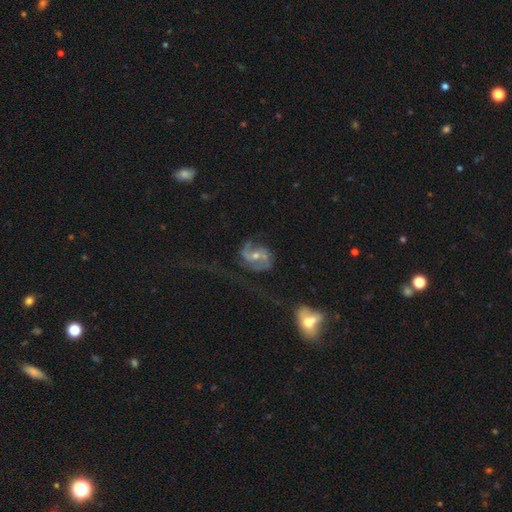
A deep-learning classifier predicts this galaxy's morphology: Overall: featured or disk (83%). Edge-on disk: no (97%). Bar: no (44%; weak 41%). Spiral arms: yes (93%). Spiral arm count: 2 (77%). Spiral winding: medium (44%; loose 36%). Bulge size: moderate (48%; small 47%). Merging: none (46%; major disturbance 30%).